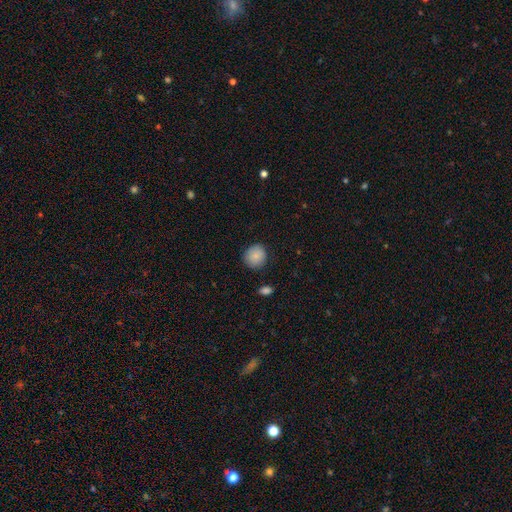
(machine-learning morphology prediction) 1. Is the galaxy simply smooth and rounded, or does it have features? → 86% smooth, 8% star or artifact, 6% featured or disk.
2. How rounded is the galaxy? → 86% round, 13% in between, 1% cigar-shaped.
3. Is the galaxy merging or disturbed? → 84% none, 12% minor disturbance, 3% major disturbance, 2% merger.